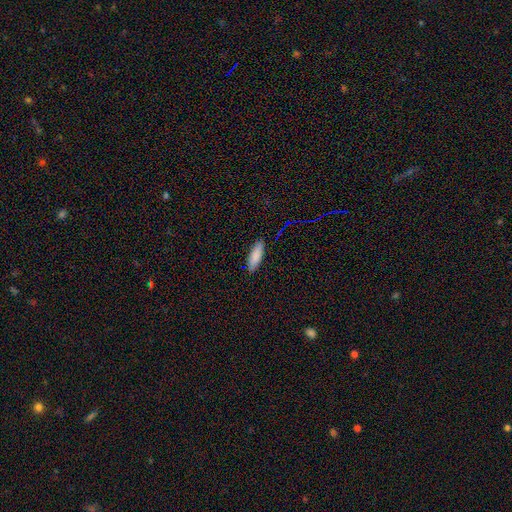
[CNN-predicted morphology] A smooth galaxy with no disk features (85%) that is in between round and cigar-shaped (53%).

Vote fractions:
- Smooth or featured? smooth: 85% / featured or disk: 7% / star or artifact: 7%
- How rounded? in between: 53% / cigar-shaped: 46% / round: 2%
- Merging? none: 87% / minor disturbance: 10% / major disturbance: 2% / merger: 1%